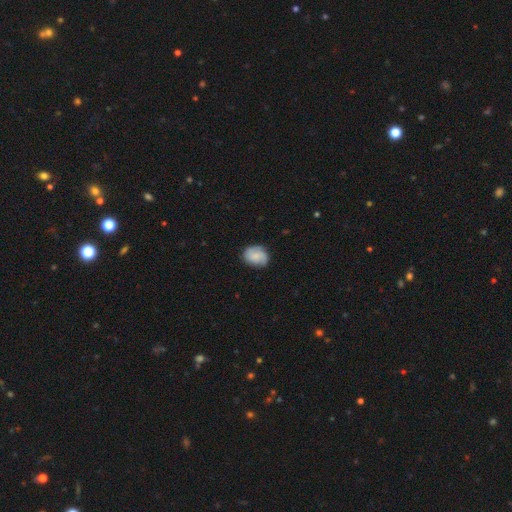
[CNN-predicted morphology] Smooth or featured? smooth (57%)
How rounded? in between (56%)
Merging? none (75%)